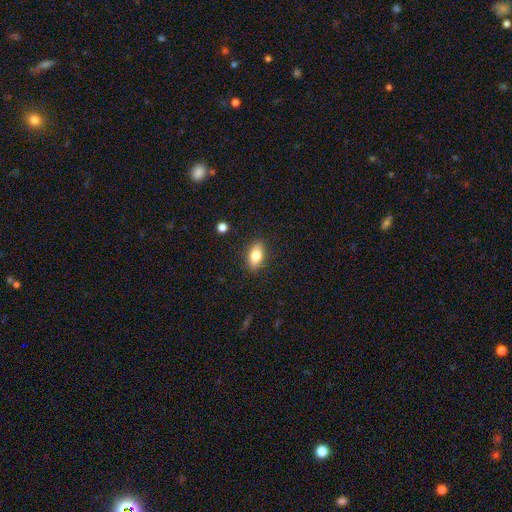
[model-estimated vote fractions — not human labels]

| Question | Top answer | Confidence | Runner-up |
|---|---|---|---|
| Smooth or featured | smooth | 75% | featured or disk (17%) |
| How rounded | in between | 84% | round (8%) |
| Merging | none | 86% | minor disturbance (10%) |